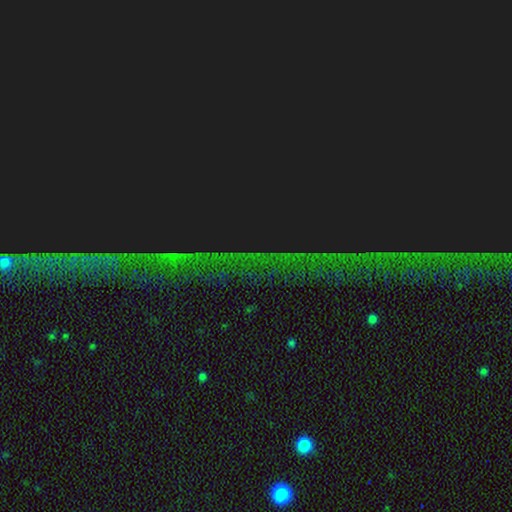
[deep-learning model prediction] smooth-or-featured: star or artifact: 84% | featured or disk: 8% | smooth: 8%